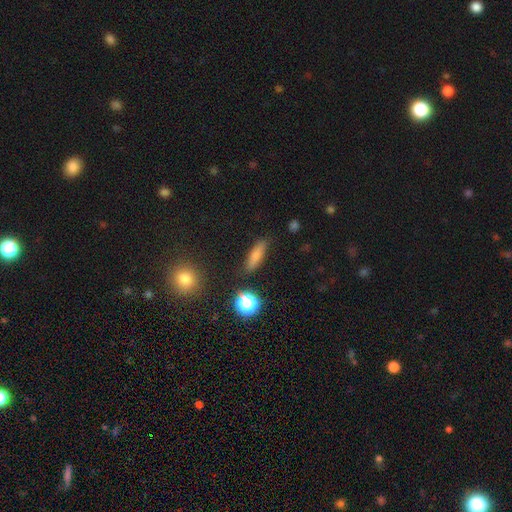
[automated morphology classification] A smooth galaxy with no disk features (75%) that is cigar-shaped (60%). Merging: none (84%).